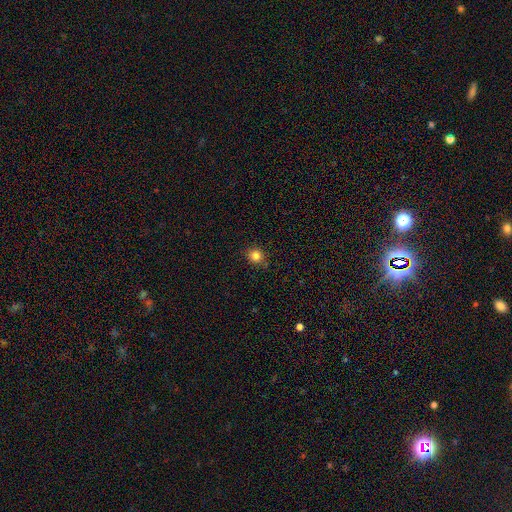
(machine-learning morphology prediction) Smooth or featured: smooth — 83% (star or artifact — 12%)
How rounded: round — 87% (in between — 13%)
Merging: none — 84% (minor disturbance — 12%)